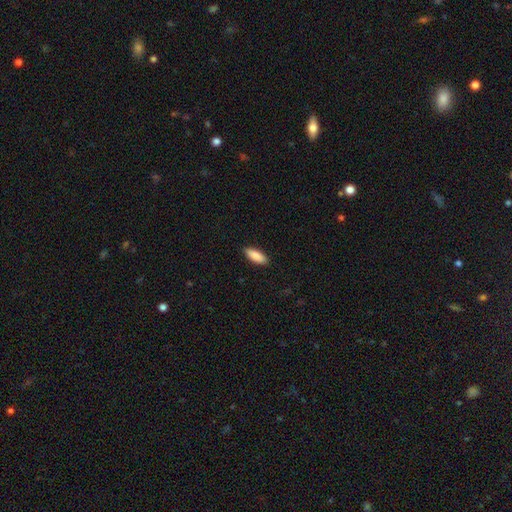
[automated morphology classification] This appears to be a smooth galaxy with no disk features (90%) that is in between round and cigar-shaped (75%). Merging: none (90%).